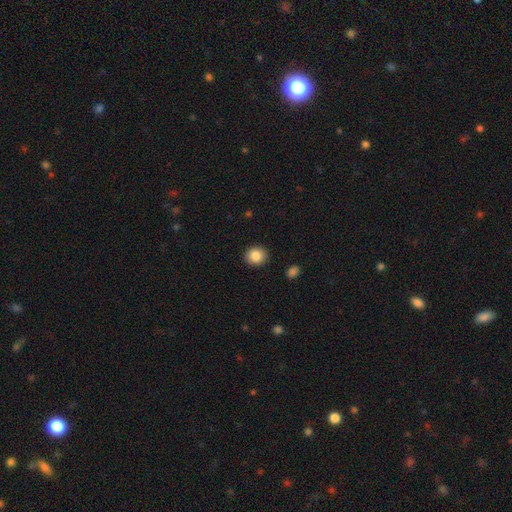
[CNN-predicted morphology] Smooth or featured? Predicted: smooth (p=0.86). How rounded? Predicted: round (p=0.77). Merging? Predicted: none (p=0.91).